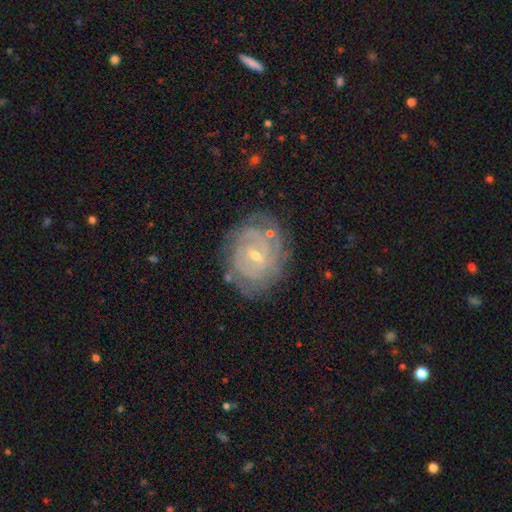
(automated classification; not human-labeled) featured or disk 83%, smooth 11%, star or artifact 7%. Down the decision tree: edge-on disk — no (97%); bar — no (46%); spiral arms — yes (92%); spiral arm count — can't tell (43%); spiral winding — tight (77%); bulge size — small (70%); merging — none (74%).